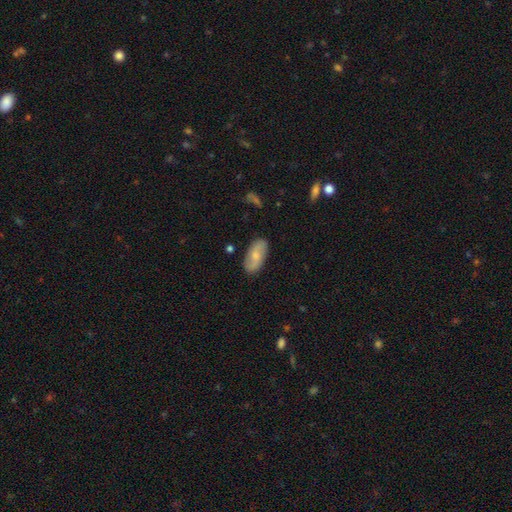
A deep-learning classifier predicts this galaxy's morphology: Smooth or featured: smooth — 55% (featured or disk — 39%)
How rounded: in between — 90% (cigar-shaped — 7%)
Merging: none — 84% (minor disturbance — 12%)